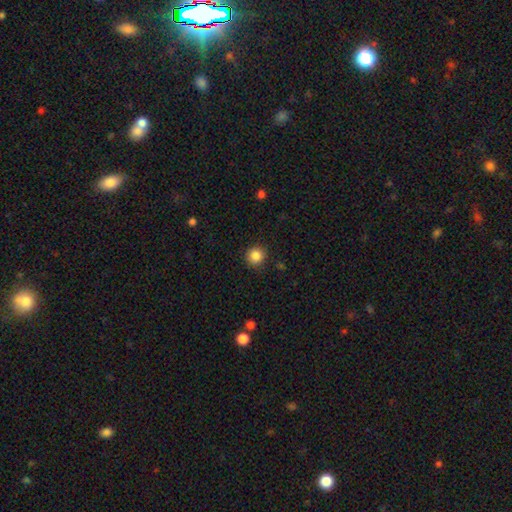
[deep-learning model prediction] Smooth or featured?
  - smooth: 86% *
  - star or artifact: 10%
  - featured or disk: 4%
How rounded?
  - round: 93% *
  - in between: 6%
  - cigar-shaped: 1%
Merging?
  - none: 90% *
  - minor disturbance: 6%
  - major disturbance: 2%
  - merger: 1%